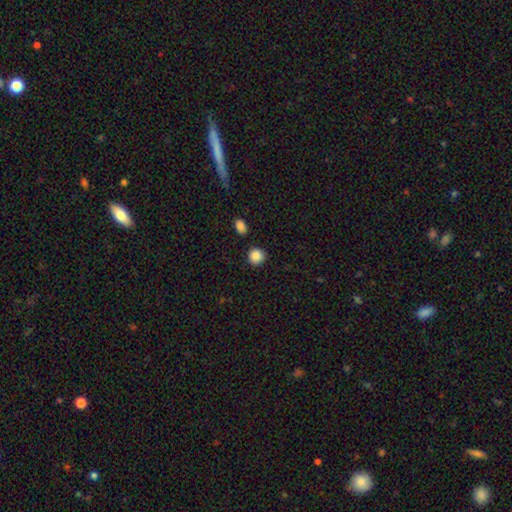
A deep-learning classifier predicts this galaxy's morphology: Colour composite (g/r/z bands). It shows a smooth galaxy with no disk features (88%) that is round (91%). Merging: none (87%).